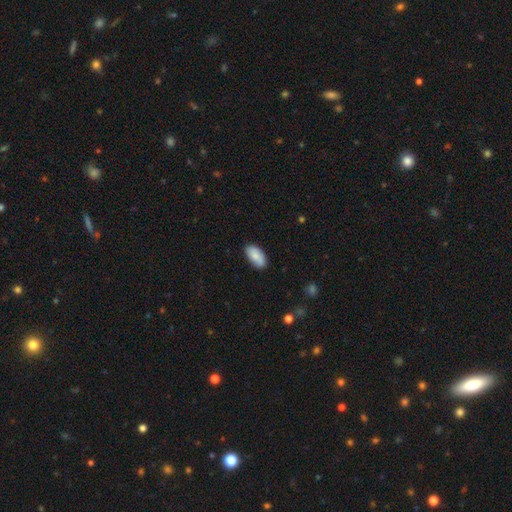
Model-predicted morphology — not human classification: type=smooth (83%); roundness=in between (94%); merging=none (79%).